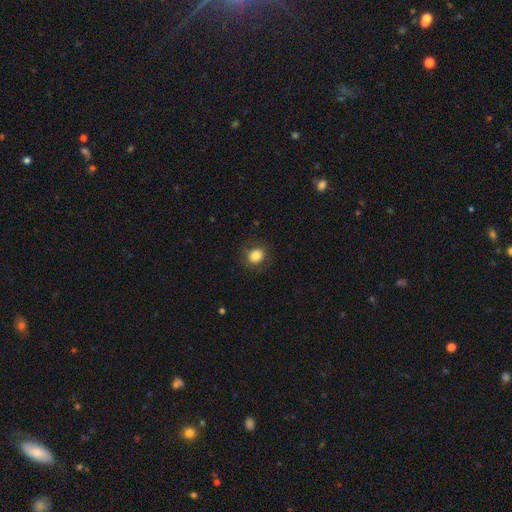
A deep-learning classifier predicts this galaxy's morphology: smooth-or-featured: smooth: 81% | star or artifact: 10% | featured or disk: 9%
  how-rounded: round: 70% | in between: 29% | cigar-shaped: 1%
  merging: none: 83% | minor disturbance: 11% | major disturbance: 5% | merger: 1%